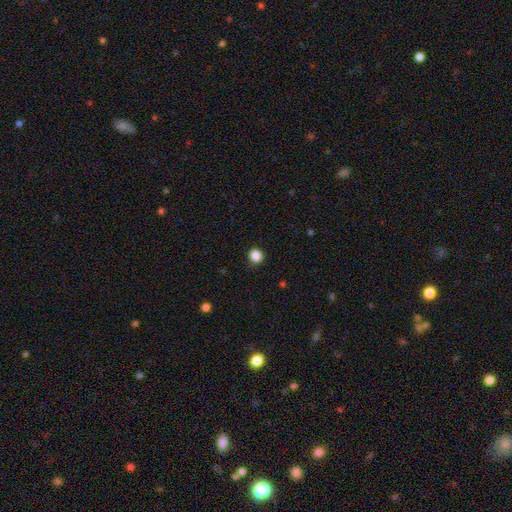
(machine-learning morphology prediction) A smooth galaxy with no disk features (86%) that is round (88%). Merging: none (91%).